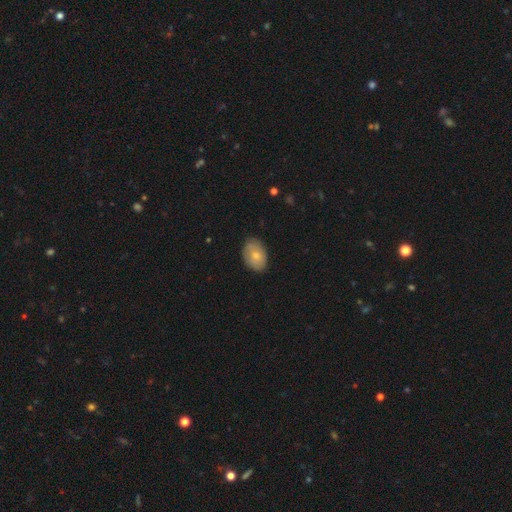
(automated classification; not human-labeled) This is likely a smooth galaxy (71%). How rounded: clearly in between (85%). Merging: clearly none (81%).